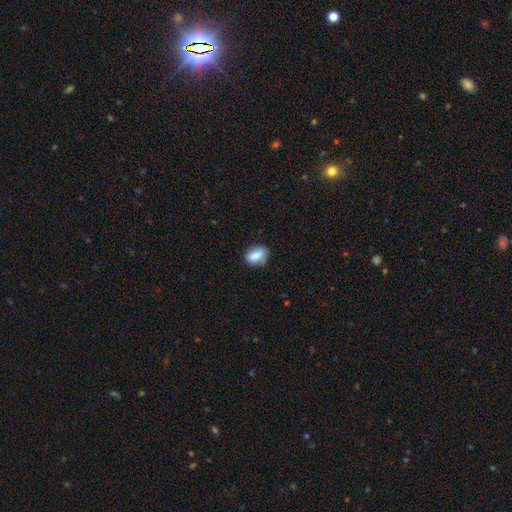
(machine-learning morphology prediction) type=smooth (80%); roundness=in between (80%); merging=none (68%).